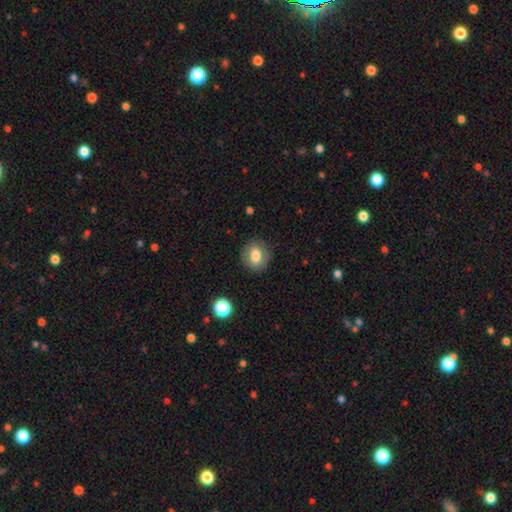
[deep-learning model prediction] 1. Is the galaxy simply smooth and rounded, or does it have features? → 79% smooth, 13% featured or disk, 9% star or artifact.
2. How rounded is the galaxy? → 66% round, 33% in between, 1% cigar-shaped.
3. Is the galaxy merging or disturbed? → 87% none, 9% minor disturbance, 3% major disturbance, 1% merger.